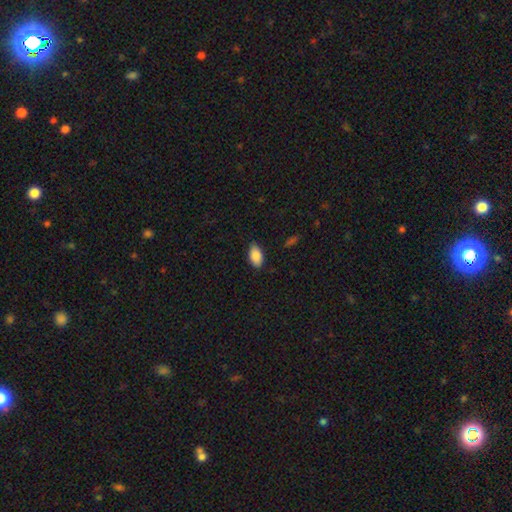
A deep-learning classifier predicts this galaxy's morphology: Q: Smooth or featured?
A: smooth (86%); runner-up: star or artifact (7%)
Q: How rounded?
A: in between (93%); runner-up: round (4%)
Q: Merging?
A: none (85%); runner-up: minor disturbance (12%)